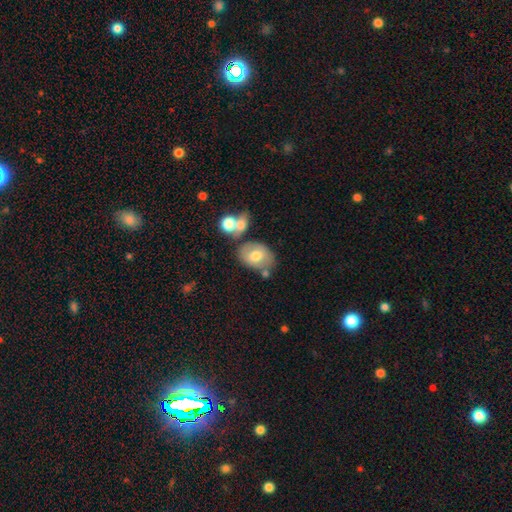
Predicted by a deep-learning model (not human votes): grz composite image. It shows a smooth galaxy with no disk features (64%) that is in between round and cigar-shaped (72%). Merging: none (57%).